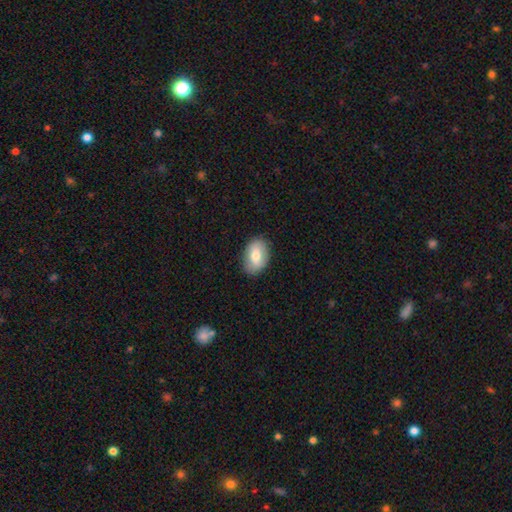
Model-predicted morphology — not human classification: type=smooth (69%); roundness=in between (86%); merging=none (86%).